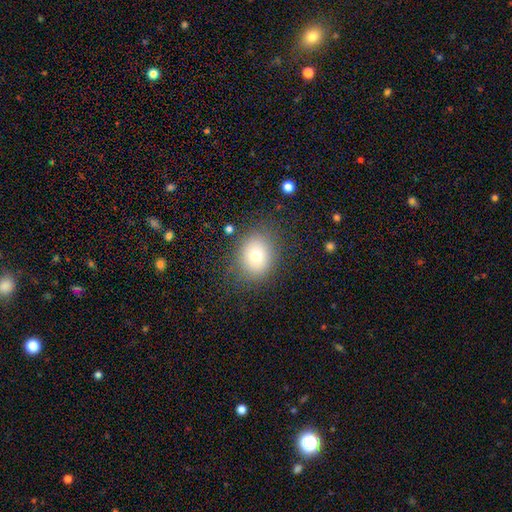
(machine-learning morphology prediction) This is likely a smooth galaxy (72%). How rounded: possibly round (56%). Merging: likely none (79%).